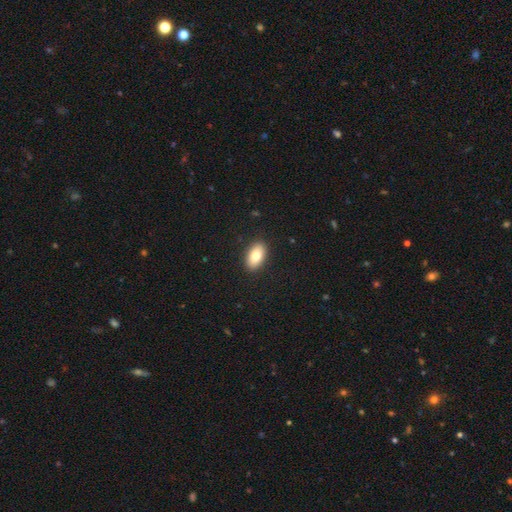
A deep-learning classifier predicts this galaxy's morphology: Smooth or featured: smooth — 78% (featured or disk — 15%)
How rounded: in between — 92% (round — 6%)
Merging: none — 90% (minor disturbance — 7%)